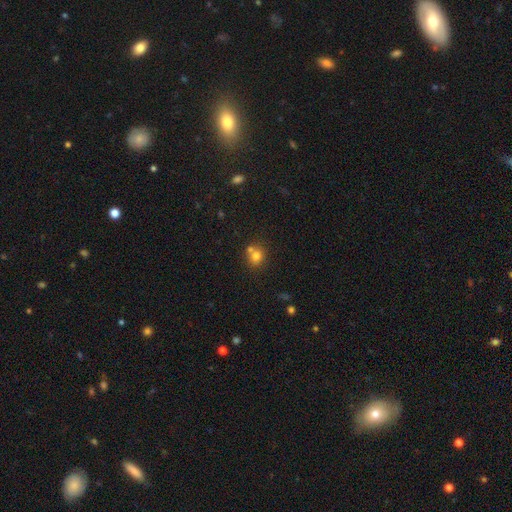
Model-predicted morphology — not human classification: Smooth or featured?
  - smooth: 76% *
  - star or artifact: 13%
  - featured or disk: 10%
How rounded?
  - round: 77% *
  - in between: 22%
  - cigar-shaped: 1%
Merging?
  - none: 55% *
  - merger: 32%
  - minor disturbance: 10%
  - major disturbance: 3%